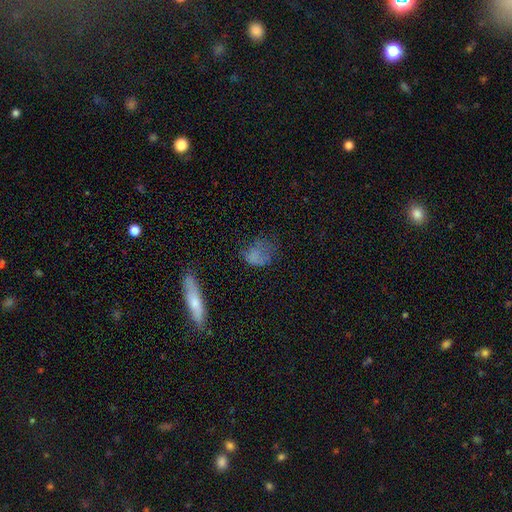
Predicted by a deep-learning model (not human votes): Morphology: type=smooth (61%); roundness=in between (58%); merging=none (41%).